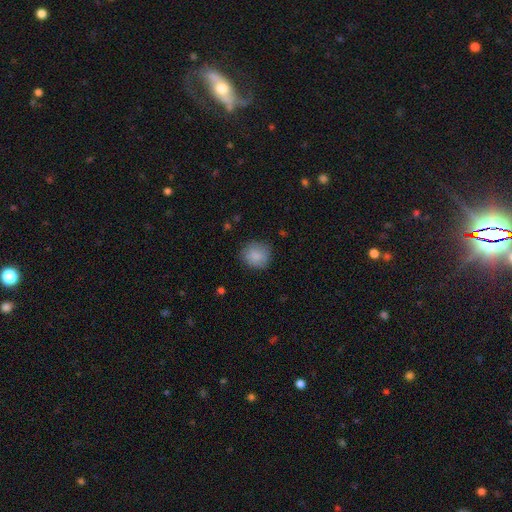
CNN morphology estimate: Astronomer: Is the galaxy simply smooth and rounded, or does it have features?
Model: smooth — 87%.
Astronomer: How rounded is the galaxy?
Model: round — 85%.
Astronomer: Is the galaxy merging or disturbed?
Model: none — 82%.